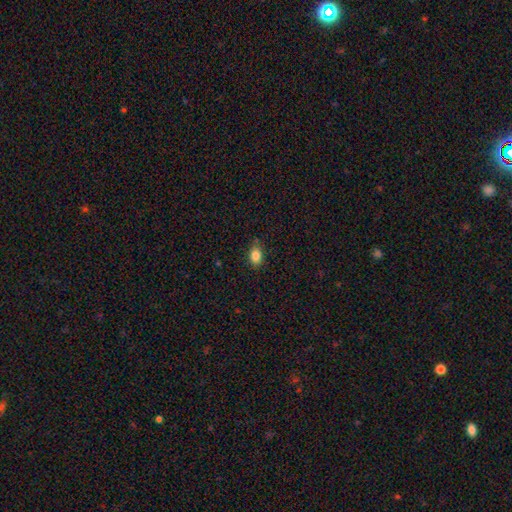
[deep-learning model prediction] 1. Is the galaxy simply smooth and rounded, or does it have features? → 85% smooth, 9% star or artifact, 6% featured or disk.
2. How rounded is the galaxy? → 79% in between, 19% round, 2% cigar-shaped.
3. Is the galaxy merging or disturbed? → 80% none, 15% minor disturbance, 3% major disturbance, 2% merger.